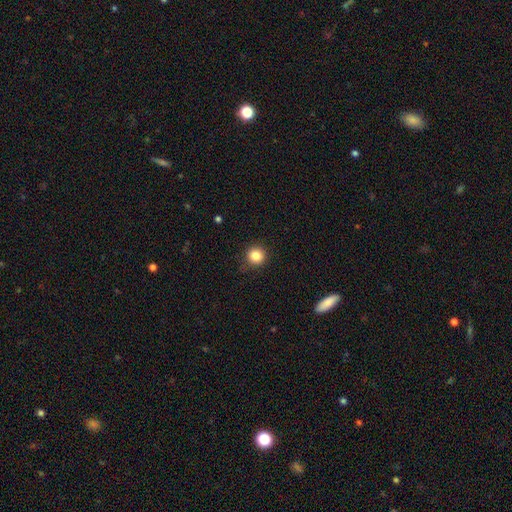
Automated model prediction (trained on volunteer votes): smooth-or-featured: smooth: 84% | star or artifact: 11% | featured or disk: 5%
  how-rounded: round: 93% | in between: 6% | cigar-shaped: 1%
  merging: none: 87% | minor disturbance: 10% | major disturbance: 3% | merger: 1%